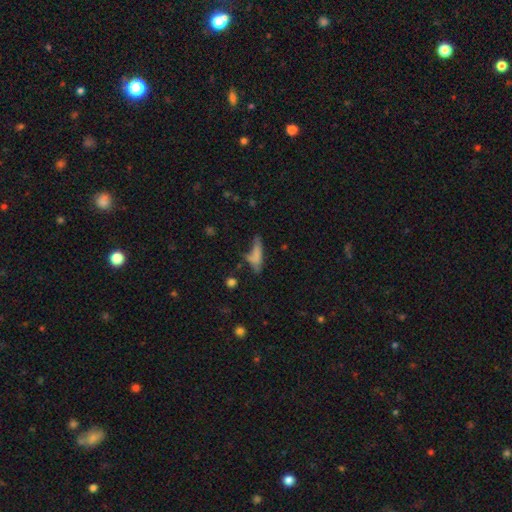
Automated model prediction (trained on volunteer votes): A smooth galaxy with no disk features (67%) that is cigar-shaped (60%). Merging: none (38%).